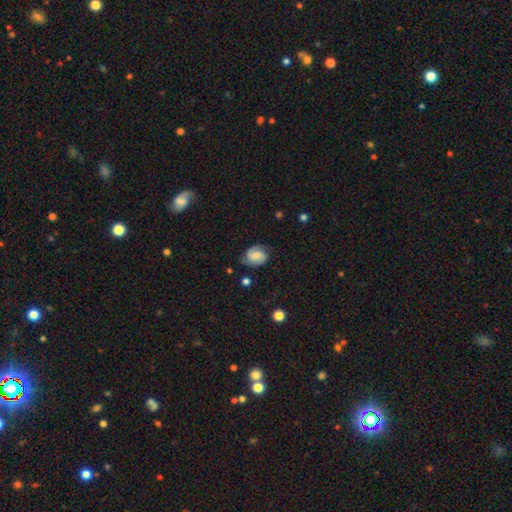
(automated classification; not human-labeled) featured or disk 67%, smooth 25%, star or artifact 8%. Down the decision tree: edge-on disk — no (98%); bar — no (47%); spiral arms — yes (95%); spiral arm count — 2 (86%); spiral winding — medium (44%); bulge size — small (33%); merging — none (77%).